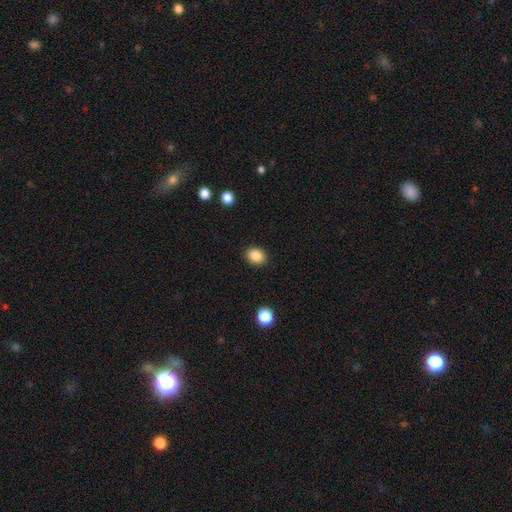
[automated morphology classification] Smooth or featured: smooth — 87% (star or artifact — 9%)
How rounded: in between — 52% (round — 47%)
Merging: none — 90% (minor disturbance — 7%)